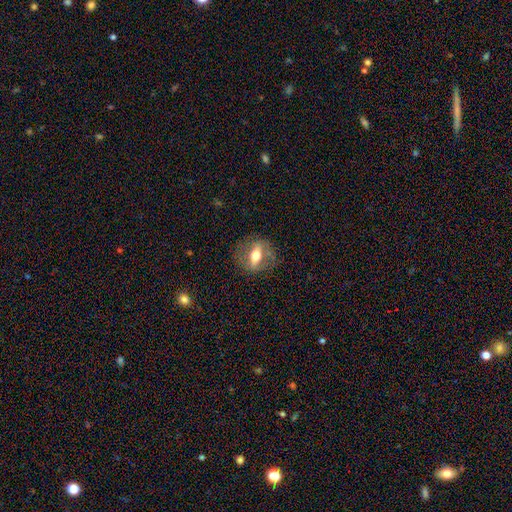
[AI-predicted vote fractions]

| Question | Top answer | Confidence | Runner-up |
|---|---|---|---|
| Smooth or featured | featured or disk | 60% | smooth (32%) |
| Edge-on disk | no | 56% | yes (44%) |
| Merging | none | 78% | minor disturbance (14%) |